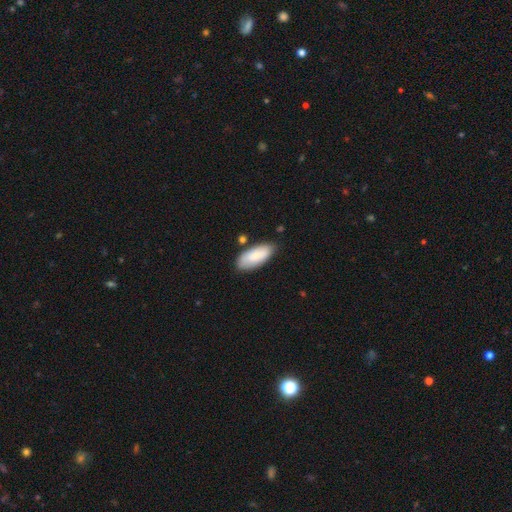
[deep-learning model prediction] Smooth or featured: smooth — 81% (featured or disk — 13%)
How rounded: in between — 86% (cigar-shaped — 12%)
Merging: none — 79% (minor disturbance — 14%)